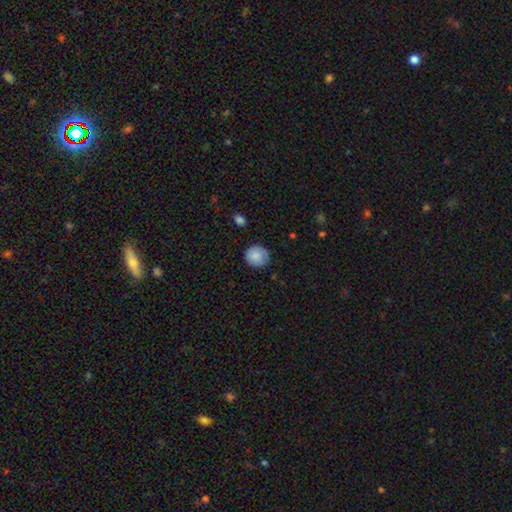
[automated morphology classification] type=smooth (84%); roundness=round (86%); merging=none (81%).